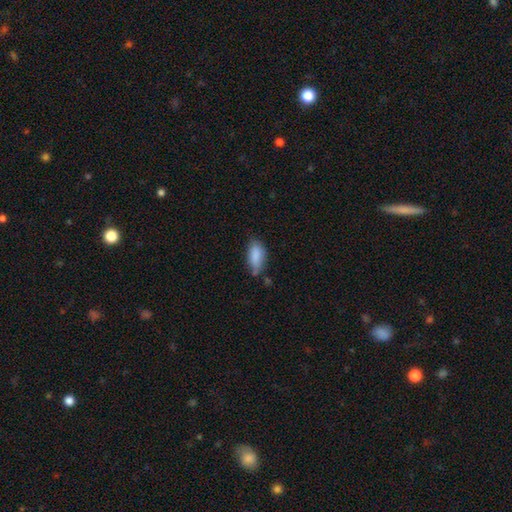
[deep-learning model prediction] A smooth galaxy with no disk features (84%) that is in between round and cigar-shaped (86%).

Vote fractions:
- Smooth or featured? smooth: 84% / featured or disk: 9% / star or artifact: 7%
- How rounded? in between: 86% / cigar-shaped: 12% / round: 2%
- Merging? none: 55% / minor disturbance: 32% / major disturbance: 7% / merger: 6%